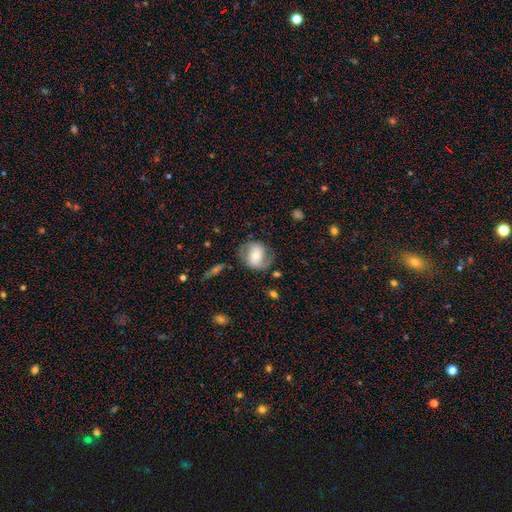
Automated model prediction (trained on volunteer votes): smooth-or-featured: featured or disk: 61% | smooth: 32% | star or artifact: 7%
  disk-edge-on: no: 96% | yes: 4%
    bar: no: 44% | weak: 34% | strong: 22%
    has-spiral-arms: yes: 82% | no: 18%
    bulge-size: moderate: 57% | small: 32% | large: 7% | none: 2% | dominant: 2%
  merging: none: 70% | minor disturbance: 18% | major disturbance: 11% | merger: 2%